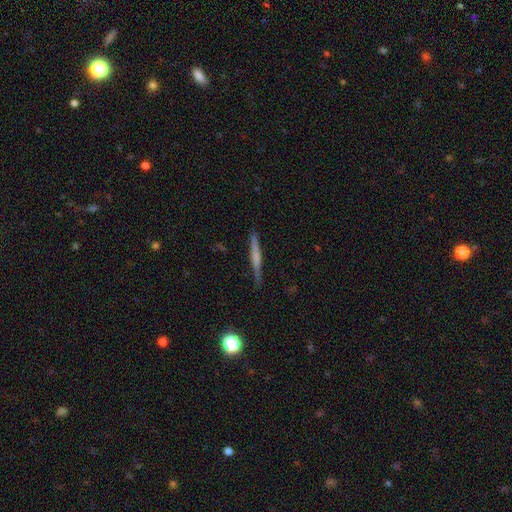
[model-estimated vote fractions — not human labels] Smooth or featured? Predicted: featured or disk (p=0.52). Edge-on disk? Predicted: yes (p=0.97). Edge-on bulge? Predicted: none (p=0.54). Merging? Predicted: none (p=0.88).